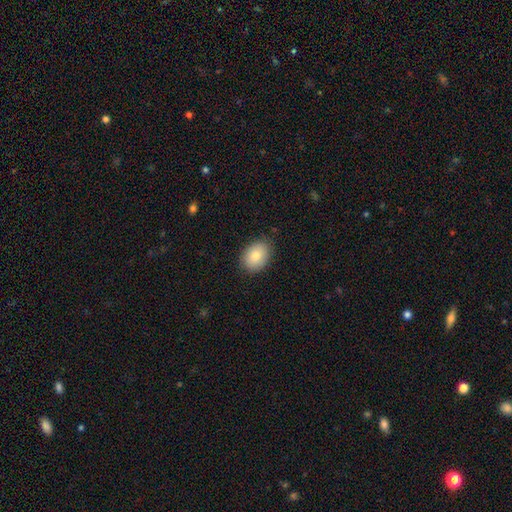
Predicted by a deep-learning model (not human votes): smooth_or_featured: smooth (p=0.82) [alt: featured or disk p=0.10]
how_rounded: in between (p=0.74) [alt: round p=0.25]
merging: none (p=0.84) [alt: minor disturbance p=0.13]